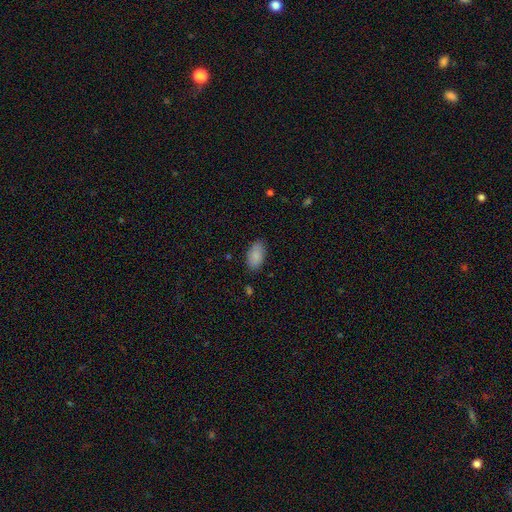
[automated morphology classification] This is clearly a smooth galaxy (88%). How rounded: clearly in between (94%). Merging: clearly none (83%).